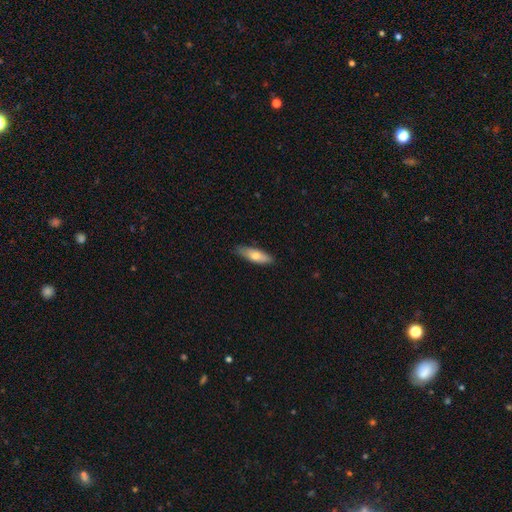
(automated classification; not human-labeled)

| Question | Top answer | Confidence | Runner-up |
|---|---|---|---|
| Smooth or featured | smooth | 68% | featured or disk (27%) |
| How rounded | cigar-shaped | 49% | tied: in between (49%) |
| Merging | none | 83% | minor disturbance (14%) |